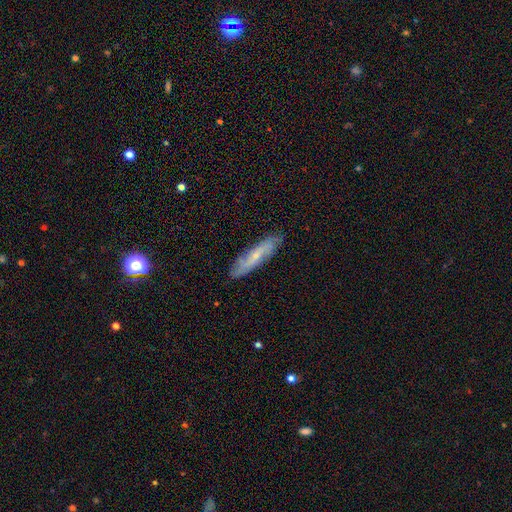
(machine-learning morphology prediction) Smooth or featured? Predicted: featured or disk (p=0.56). Edge-on disk? Predicted: no (p=0.55). Merging? Predicted: none (p=0.83).